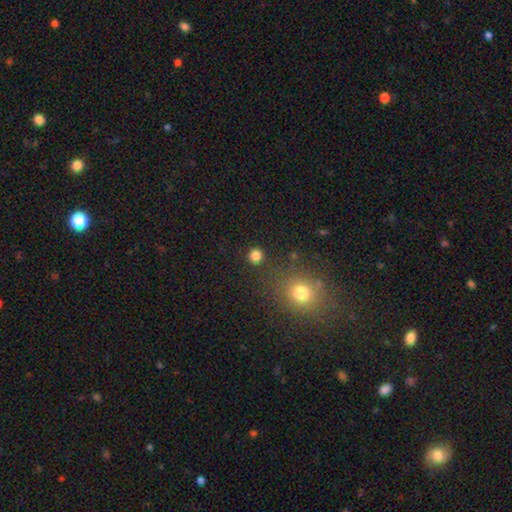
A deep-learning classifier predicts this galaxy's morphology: Q: Smooth or featured?
A: smooth (82%); runner-up: star or artifact (14%)
Q: How rounded?
A: round (92%); runner-up: in between (7%)
Q: Merging?
A: none (88%); runner-up: minor disturbance (6%)